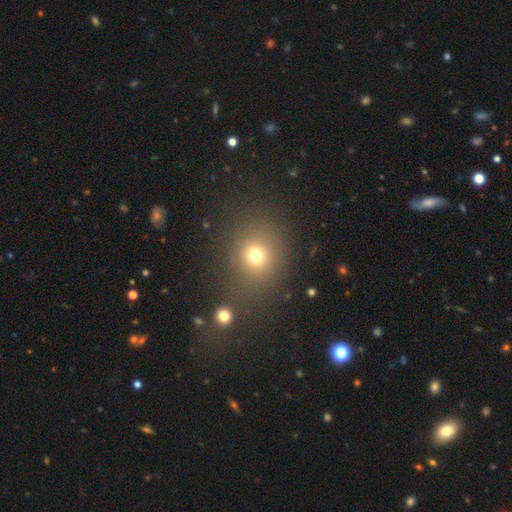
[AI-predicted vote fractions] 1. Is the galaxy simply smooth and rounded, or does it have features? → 71% smooth, 19% star or artifact, 10% featured or disk.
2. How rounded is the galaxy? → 73% round, 26% in between, 1% cigar-shaped.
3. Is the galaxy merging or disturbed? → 76% none, 11% minor disturbance, 7% merger, 6% major disturbance.